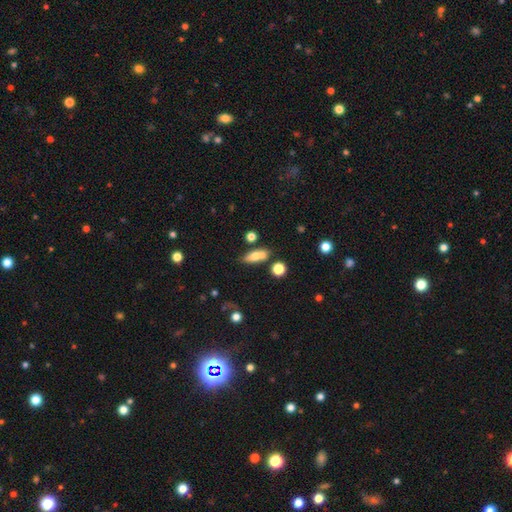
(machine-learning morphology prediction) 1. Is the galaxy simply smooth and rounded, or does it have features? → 70% smooth, 21% featured or disk, 9% star or artifact.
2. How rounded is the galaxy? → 63% in between, 30% cigar-shaped, 7% round.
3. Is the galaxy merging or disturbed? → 61% none, 18% merger, 16% minor disturbance, 5% major disturbance.